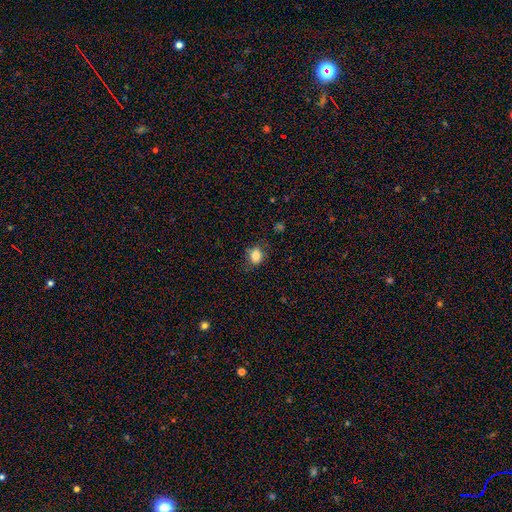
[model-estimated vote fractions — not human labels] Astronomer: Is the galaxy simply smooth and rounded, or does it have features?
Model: smooth — 83%.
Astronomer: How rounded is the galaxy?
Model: round — 55% (runner-up: in between, 44%).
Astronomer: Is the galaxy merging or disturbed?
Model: none — 77%.